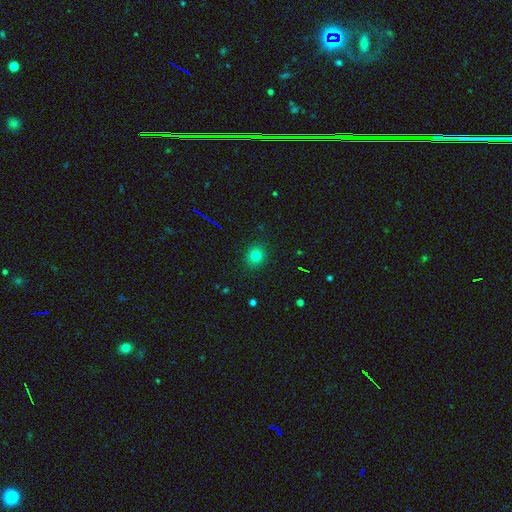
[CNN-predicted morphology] type=smooth (79%); roundness=round (78%); merging=none (90%).